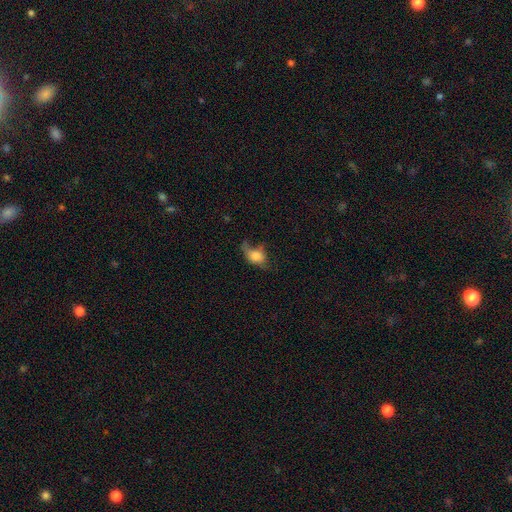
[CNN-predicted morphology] A smooth galaxy with no disk features (67%) that is in between round and cigar-shaped (70%). Merging: major disturbance (39%).